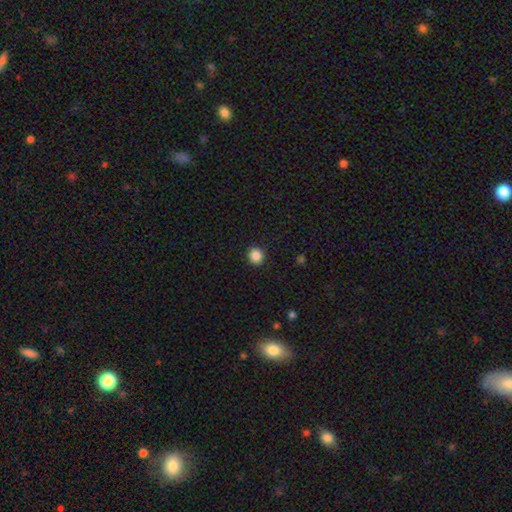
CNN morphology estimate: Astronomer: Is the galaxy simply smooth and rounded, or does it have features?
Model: smooth — 87%.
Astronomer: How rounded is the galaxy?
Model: round — 88%.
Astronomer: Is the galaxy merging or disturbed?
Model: none — 92%.